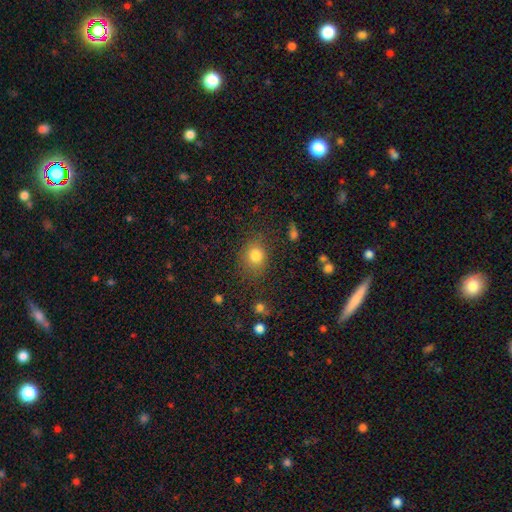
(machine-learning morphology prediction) smooth_or_featured: smooth (p=0.81) [alt: star or artifact p=0.12]
how_rounded: round (p=0.63) [alt: in between p=0.36]
merging: none (p=0.76) [alt: minor disturbance p=0.15]